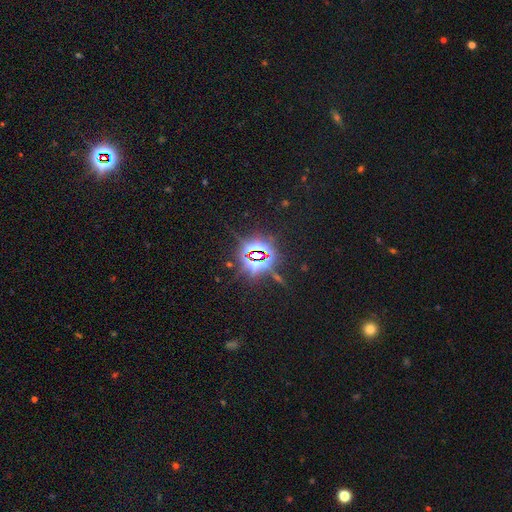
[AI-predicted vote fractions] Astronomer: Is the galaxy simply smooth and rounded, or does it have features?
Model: star or artifact — 82%.